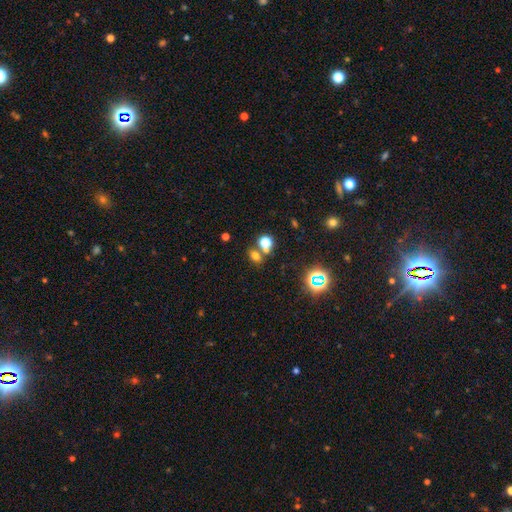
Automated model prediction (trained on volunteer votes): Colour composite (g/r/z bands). It shows a smooth galaxy with no disk features (65%) that is in between round and cigar-shaped (59%). Merging: none (53%).